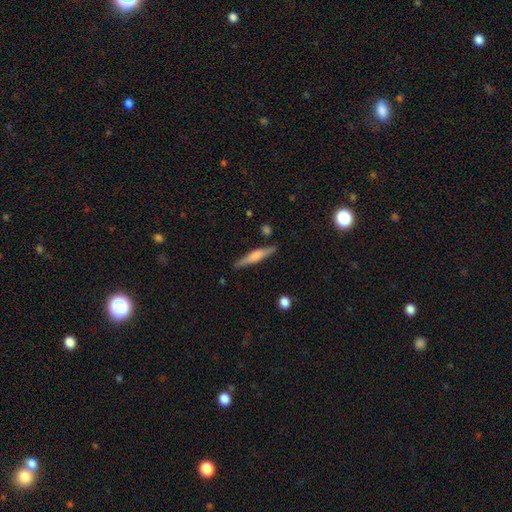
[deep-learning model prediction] smooth 47% (tied), featured or disk 47% (tied), star or artifact 6%. Down the decision tree: merging — none (86%).